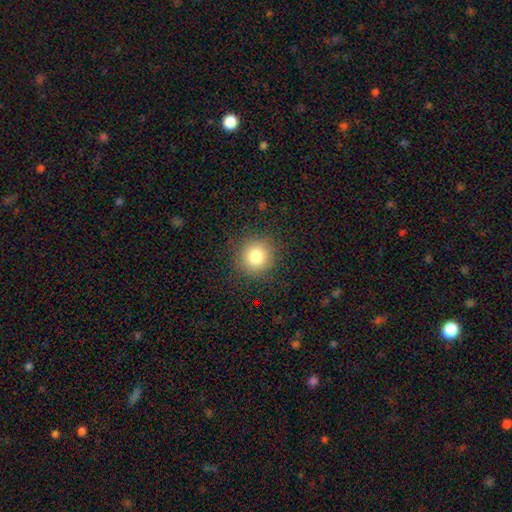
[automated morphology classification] smooth 82%, star or artifact 12%, featured or disk 6%. Down the decision tree: how rounded — round (91%); merging — none (91%).